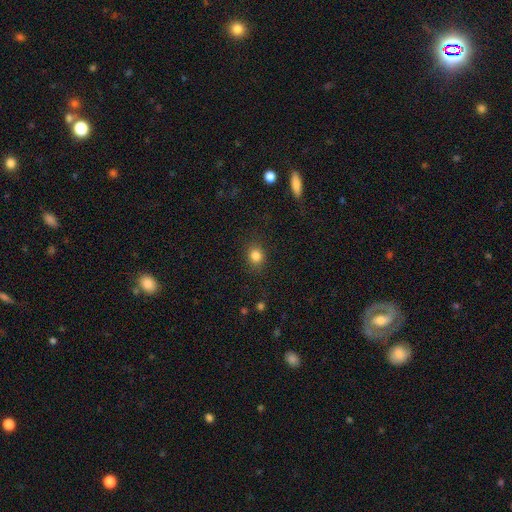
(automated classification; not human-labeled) smooth 84%, star or artifact 11%, featured or disk 5%. Down the decision tree: how rounded — round (70%); merging — none (86%).